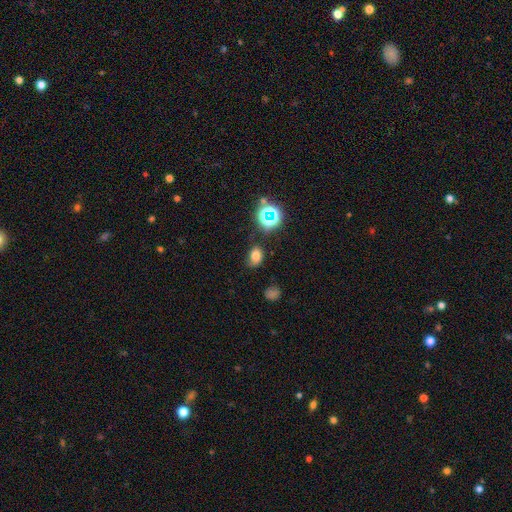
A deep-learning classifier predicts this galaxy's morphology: This appears to be a smooth galaxy with no disk features (69%) that is in between round and cigar-shaped (67%). Merging: none (68%).